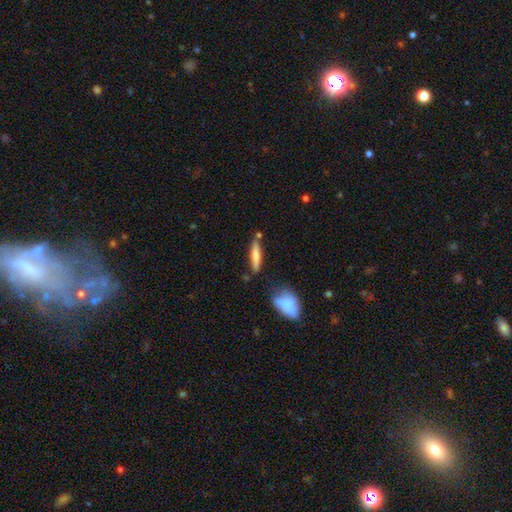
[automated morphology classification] The model was most divided on "smooth or featured": smooth: 71%, featured or disk: 23%, star or artifact: 6%. More confident: how rounded — cigar-shaped (82%); merging — none (73%).